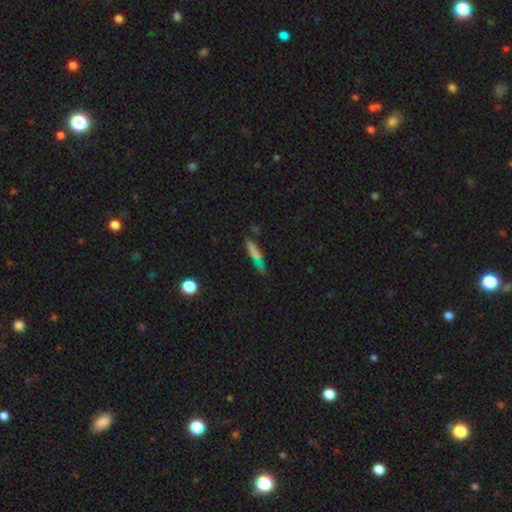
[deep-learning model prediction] Overall: smooth (66%). How rounded: cigar-shaped (77%). Merging: none (67%).